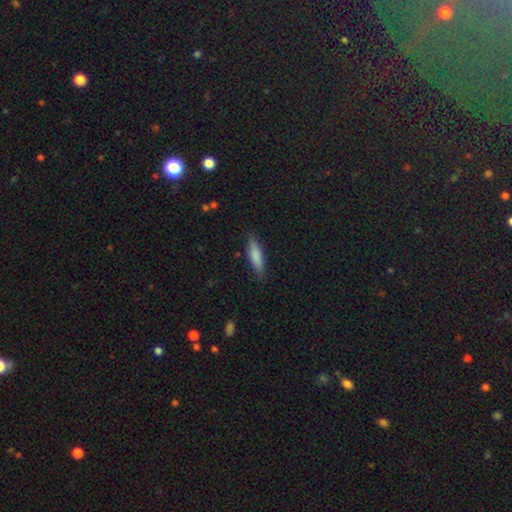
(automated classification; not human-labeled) Smooth or featured? Predicted: smooth (p=0.78). How rounded? Predicted: cigar-shaped (p=0.69). Merging? Predicted: none (p=0.82).